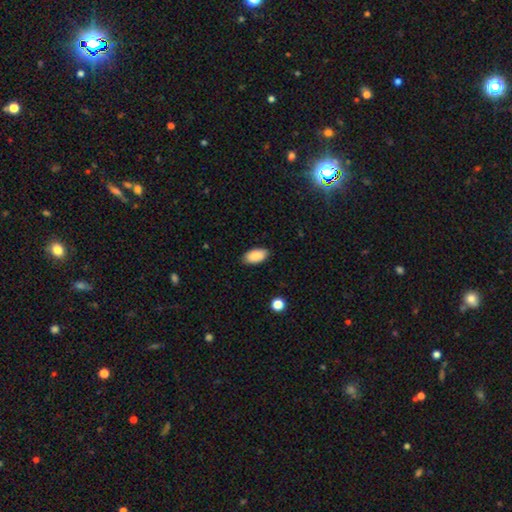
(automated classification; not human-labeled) This is clearly a smooth galaxy (88%). How rounded: clearly in between (95%). Merging: clearly none (86%).